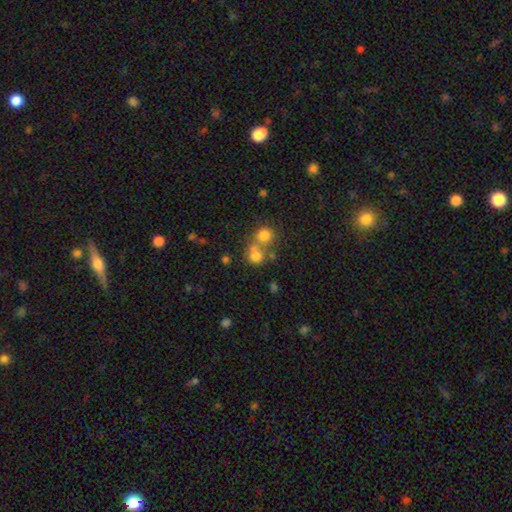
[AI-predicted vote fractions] Smooth or featured? Predicted: smooth (p=0.73). How rounded? Predicted: round (p=0.80). Merging? Predicted: merger (p=0.45).